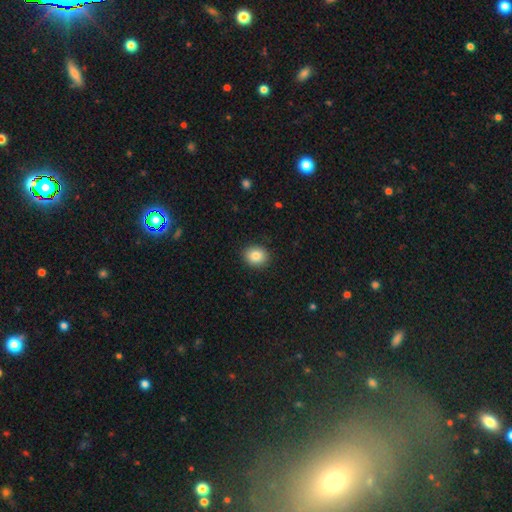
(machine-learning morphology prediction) Q: Smooth or featured?
A: smooth (85%); runner-up: star or artifact (9%)
Q: How rounded?
A: round (69%); runner-up: in between (30%)
Q: Merging?
A: none (91%); runner-up: minor disturbance (7%)